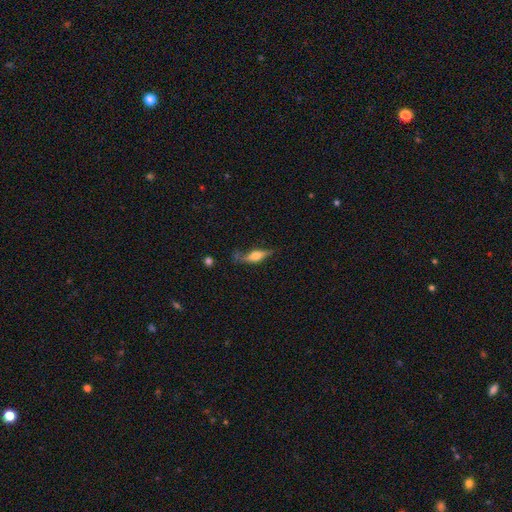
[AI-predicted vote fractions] This appears to be a featured or disk galaxy (52%) viewed edge-on (87%). Merging: none (58%).